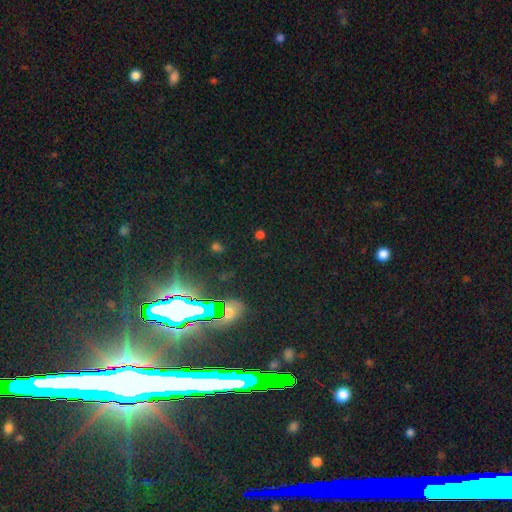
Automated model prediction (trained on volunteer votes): smooth-or-featured: star or artifact: 75% | featured or disk: 14% | smooth: 11%